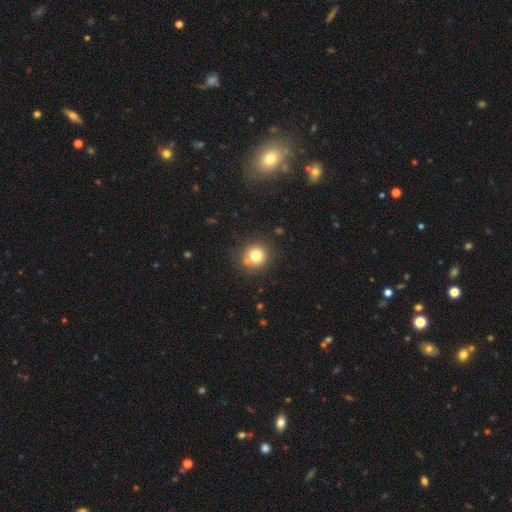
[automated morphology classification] Overall: smooth (78%). How rounded: round (91%). Merging: none (76%).